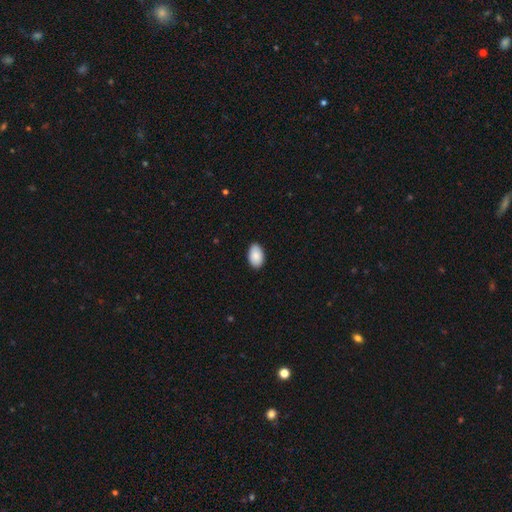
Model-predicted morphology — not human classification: smooth-or-featured: smooth: 89% | star or artifact: 6% | featured or disk: 5%
  how-rounded: in between: 94% | round: 5% | cigar-shaped: 1%
  merging: none: 88% | minor disturbance: 9% | major disturbance: 2% | merger: 1%